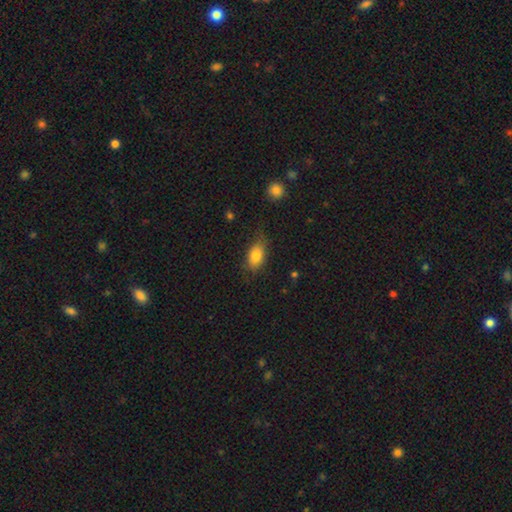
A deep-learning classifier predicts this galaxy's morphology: Smooth or featured?
  - smooth: 81% *
  - featured or disk: 11%
  - star or artifact: 8%
How rounded?
  - in between: 86% *
  - round: 9%
  - cigar-shaped: 5%
Merging?
  - none: 70% *
  - minor disturbance: 22%
  - major disturbance: 6%
  - merger: 2%